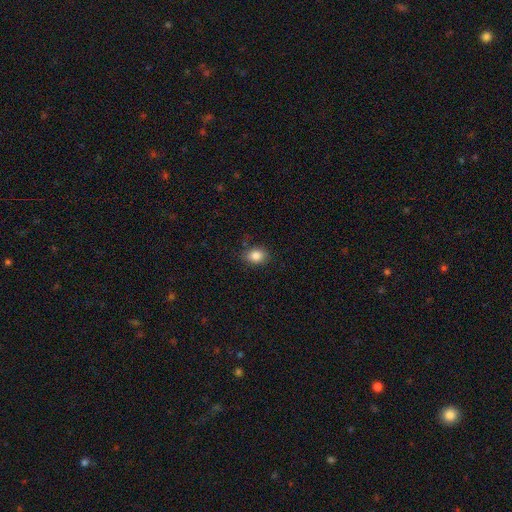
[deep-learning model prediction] A smooth galaxy with no disk features (84%) that is in between round and cigar-shaped (65%).

Vote fractions:
- Smooth or featured? smooth: 84% / star or artifact: 10% / featured or disk: 6%
- How rounded? in between: 65% / round: 34% / cigar-shaped: 1%
- Merging? none: 82% / minor disturbance: 14% / major disturbance: 3% / merger: 1%